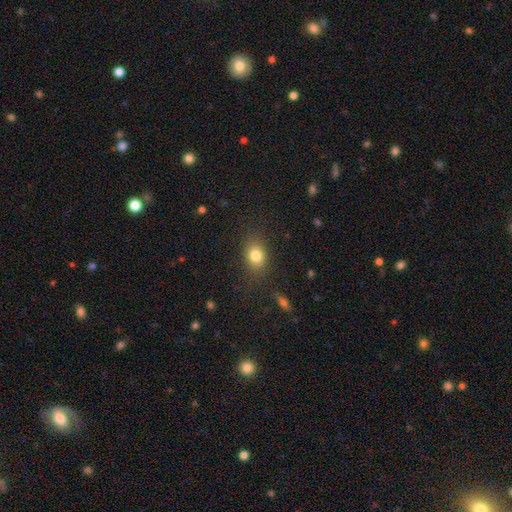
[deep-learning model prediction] The model was most divided on "how rounded": in between: 59%, round: 40%, cigar-shaped: 2%. More confident: merging — none (81%); smooth or featured — smooth (81%).